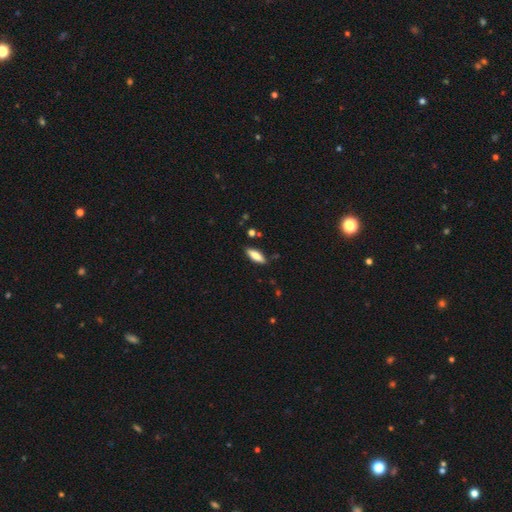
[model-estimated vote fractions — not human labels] Morphology: type=smooth (80%); roundness=in between (58%); merging=none (84%).